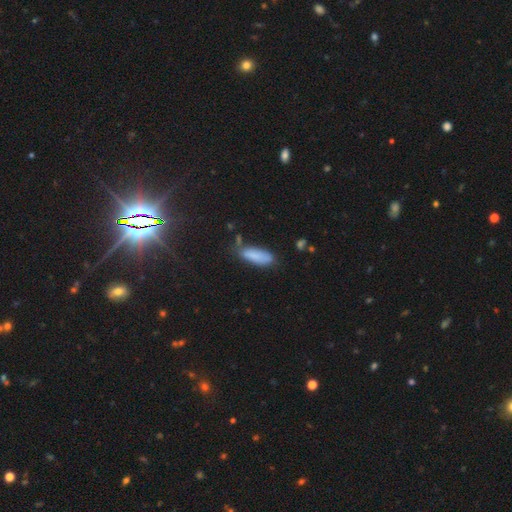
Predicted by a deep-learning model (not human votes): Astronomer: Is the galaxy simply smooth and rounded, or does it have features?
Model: smooth — 84%.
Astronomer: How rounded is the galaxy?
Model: in between — 63%.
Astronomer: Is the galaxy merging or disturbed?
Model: none — 62%.